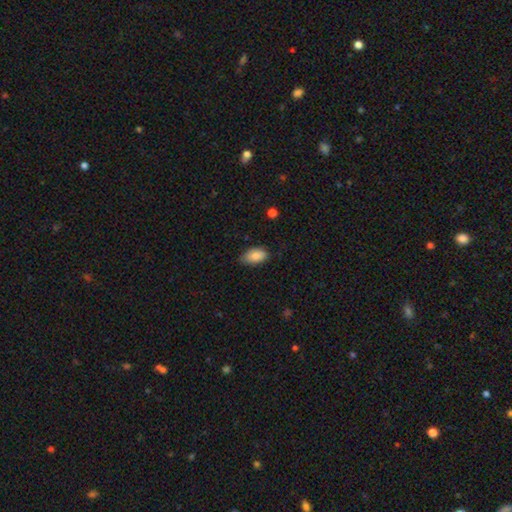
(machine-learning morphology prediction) The model was most divided on "merging": none: 73%, minor disturbance: 23%, major disturbance: 3%, merger: 1%. More confident: how rounded — in between (93%); smooth or featured — smooth (85%).